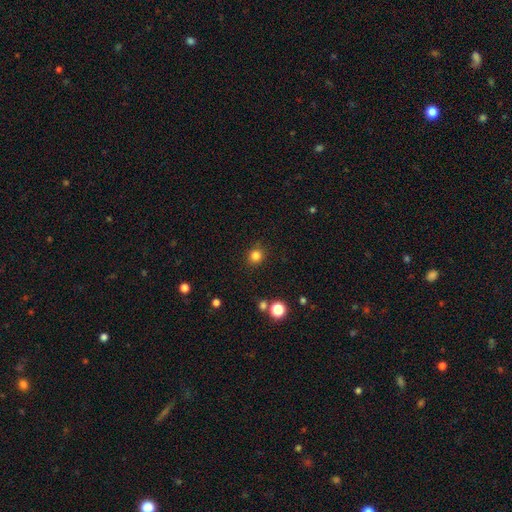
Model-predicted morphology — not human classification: This is clearly a smooth galaxy (82%). How rounded: clearly round (90%). Merging: clearly none (89%).